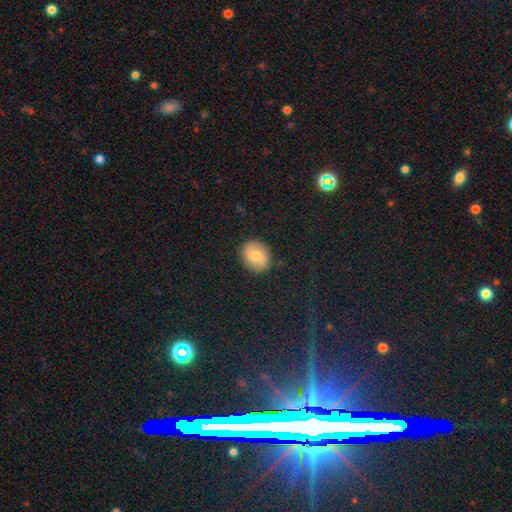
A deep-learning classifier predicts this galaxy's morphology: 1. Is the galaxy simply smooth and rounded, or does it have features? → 71% smooth, 21% featured or disk, 8% star or artifact.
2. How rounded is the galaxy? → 67% round, 32% in between, 1% cigar-shaped.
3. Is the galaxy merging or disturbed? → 89% none, 8% minor disturbance, 2% major disturbance, 1% merger.